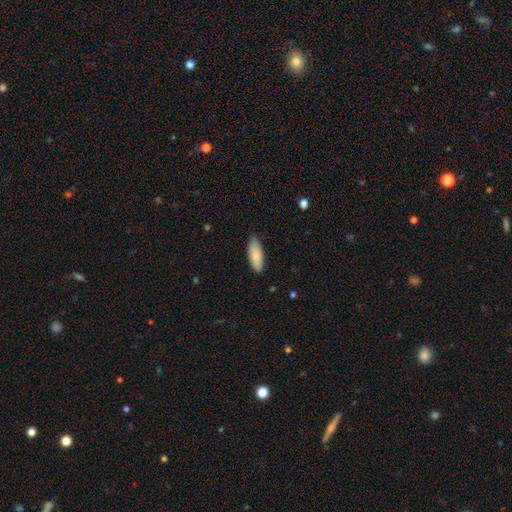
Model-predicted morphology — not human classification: type=smooth (84%); roundness=in between (75%); merging=none (80%).